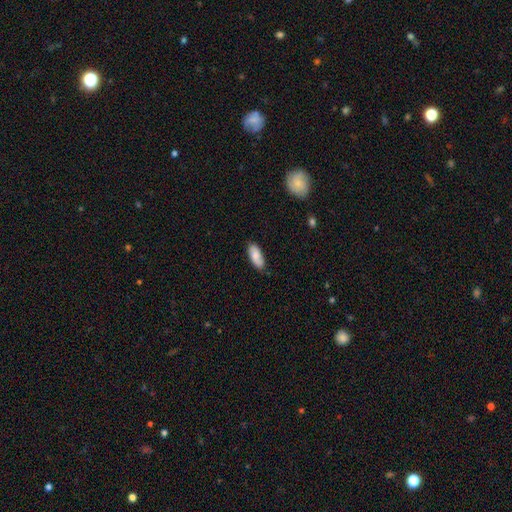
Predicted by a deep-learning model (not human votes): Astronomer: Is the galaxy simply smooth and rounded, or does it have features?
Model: smooth — 79%.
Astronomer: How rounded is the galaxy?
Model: in between — 85%.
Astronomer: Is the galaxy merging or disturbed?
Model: none — 83%.